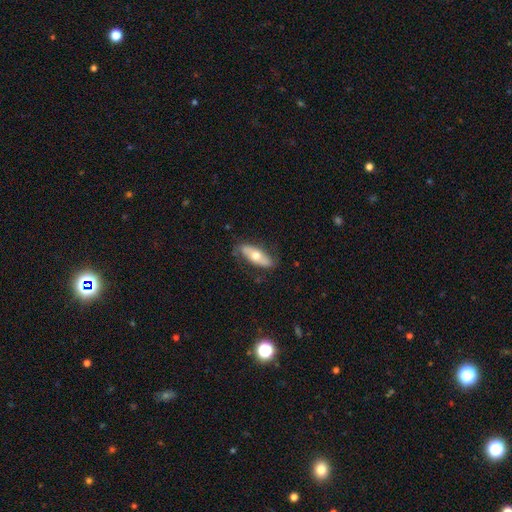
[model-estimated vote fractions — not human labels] Smooth or featured? smooth (55%)
How rounded? in between (67%)
Merging? none (78%)